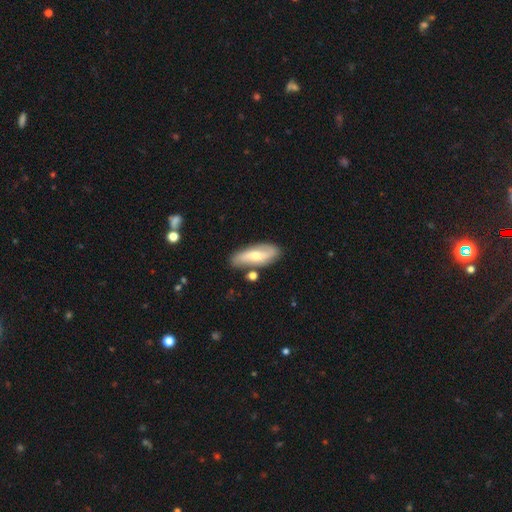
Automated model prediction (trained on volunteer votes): A featured or disk galaxy (56%). Merging: none (76%).